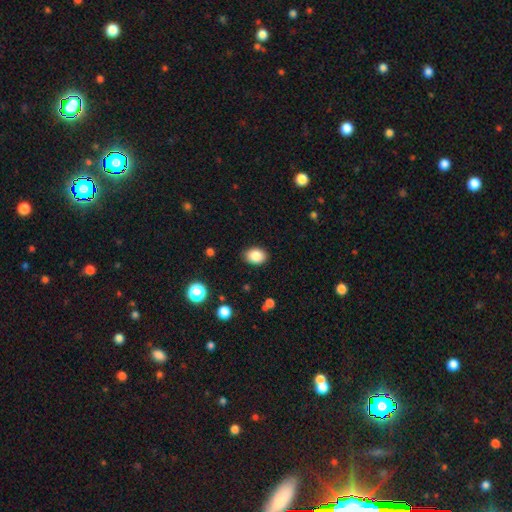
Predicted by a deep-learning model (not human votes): Smooth or featured: smooth — 87% (star or artifact — 9%)
How rounded: in between — 70% (round — 29%)
Merging: none — 88% (minor disturbance — 9%)